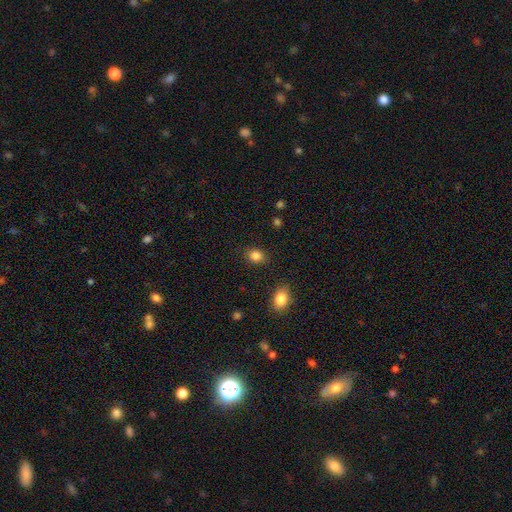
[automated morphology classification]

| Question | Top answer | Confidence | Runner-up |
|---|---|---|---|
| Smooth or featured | smooth | 85% | star or artifact (11%) |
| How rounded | in between | 54% | round (45%) |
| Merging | none | 85% | minor disturbance (10%) |